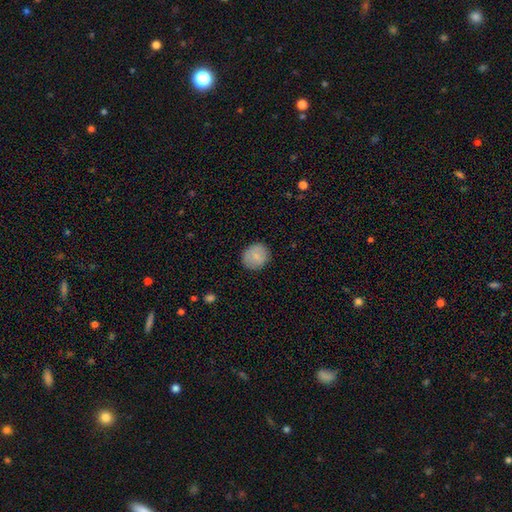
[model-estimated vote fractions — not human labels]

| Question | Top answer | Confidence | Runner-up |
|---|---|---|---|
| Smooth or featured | smooth | 81% | featured or disk (12%) |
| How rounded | round | 75% | in between (24%) |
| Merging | none | 86% | minor disturbance (10%) |